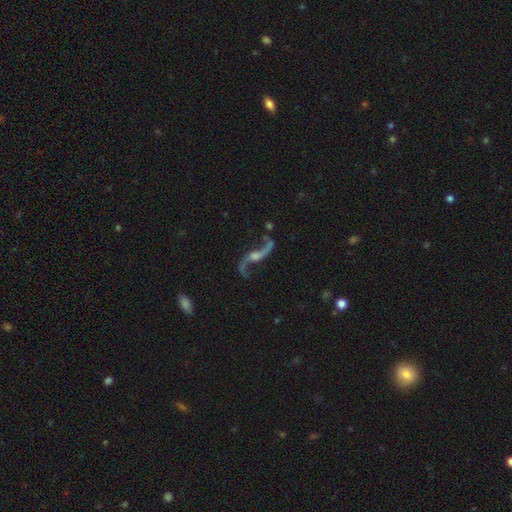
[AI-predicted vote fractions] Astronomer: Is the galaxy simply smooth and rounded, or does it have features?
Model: featured or disk — 89%.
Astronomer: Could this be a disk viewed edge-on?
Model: no — 90%.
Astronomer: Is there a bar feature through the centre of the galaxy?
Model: no — 49% (runner-up: weak, 34%).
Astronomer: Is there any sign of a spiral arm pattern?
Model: yes — 97%.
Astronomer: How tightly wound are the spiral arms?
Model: loose — 91%.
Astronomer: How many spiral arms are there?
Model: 2 — 94%.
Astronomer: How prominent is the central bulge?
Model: moderate — 41% (runner-up: small, 39%).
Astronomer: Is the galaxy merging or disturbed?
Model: none — 76%.